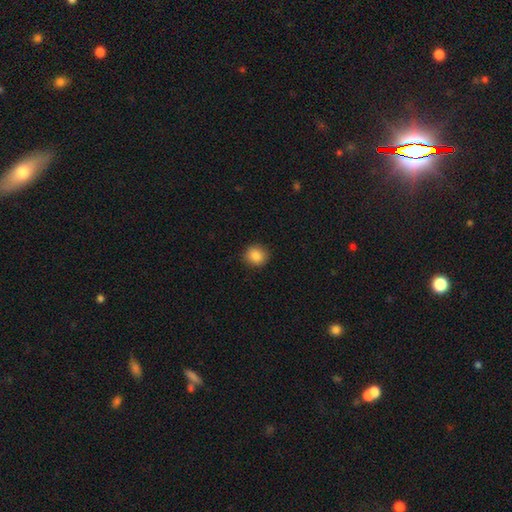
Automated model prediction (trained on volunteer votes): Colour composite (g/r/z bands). It shows a smooth galaxy with no disk features (86%) that is round (87%). Merging: none (91%).